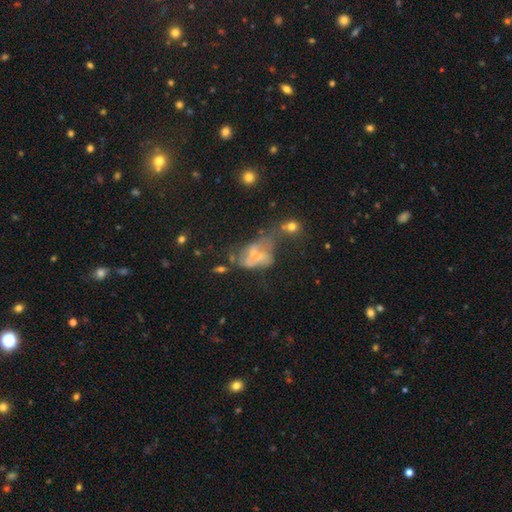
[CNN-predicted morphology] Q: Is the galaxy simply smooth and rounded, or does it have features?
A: featured or disk — 50%.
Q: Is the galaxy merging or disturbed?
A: major disturbance — 37%.